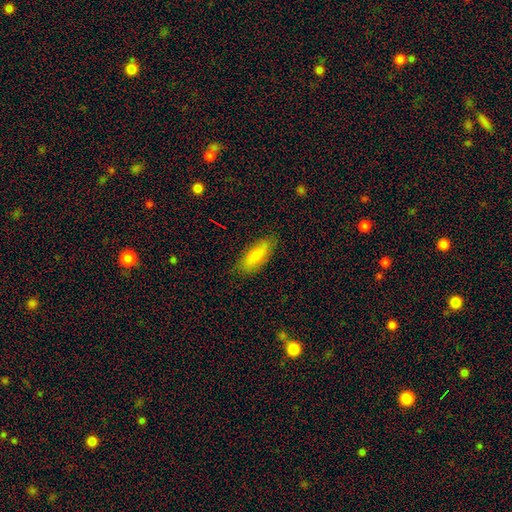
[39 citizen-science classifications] Smooth or featured?
  - featured or disk: 54% *
  - smooth: 36%
  - star or artifact: 10%
Edge-on disk?
  - no: 81% *
  - yes: 19%
Bar?
  - no: 53% *
  - weak: 29%
  - strong: 18%
Spiral arms?
  - yes: 53% *
  - no: 47%
Spiral winding?
  - loose: 56% *
  - medium: 33%
  - tight: 11%
Spiral arm count?
  - 2: 89% *
  - can't tell: 11%
  - 1: 0%
  - 3: 0%
  - 4: 0%
  - more than 4: 0%
Bulge size?
  - moderate: 71% *
  - small: 24%
  - large: 6%
  - dominant: 0%
  - none: 0%
Merging?
  - none: 69% *
  - minor disturbance: 20%
  - major disturbance: 9%
  - merger: 3%